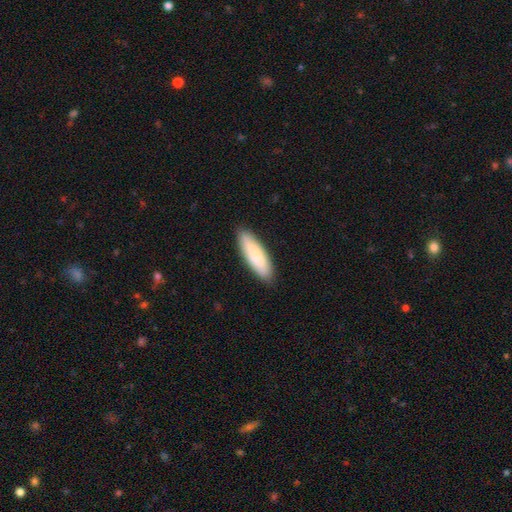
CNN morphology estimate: type=smooth (84%); roundness=cigar-shaped (50%); merging=none (88%).